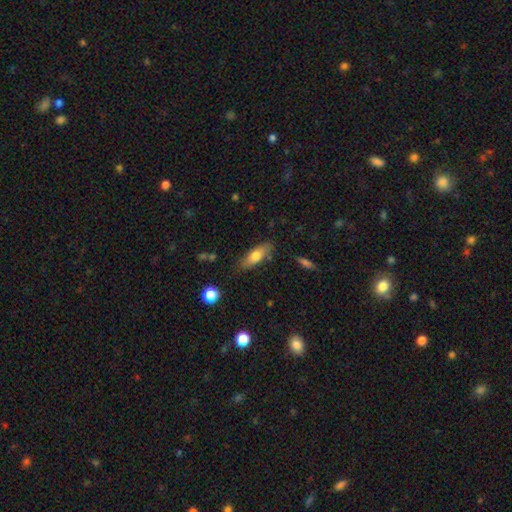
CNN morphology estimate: This appears to be a smooth galaxy with no disk features (71%) that is in between round and cigar-shaped (63%). Merging: none (77%).